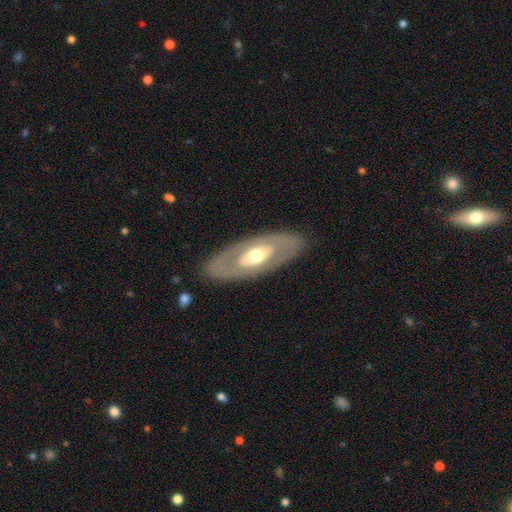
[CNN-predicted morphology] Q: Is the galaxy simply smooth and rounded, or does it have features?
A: featured or disk — 67%.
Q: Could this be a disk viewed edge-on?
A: no — 82%.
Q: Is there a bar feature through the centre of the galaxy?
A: no — 73%.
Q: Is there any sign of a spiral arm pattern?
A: no — 67%.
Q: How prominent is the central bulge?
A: moderate — 71%.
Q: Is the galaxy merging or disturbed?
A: none — 86%.